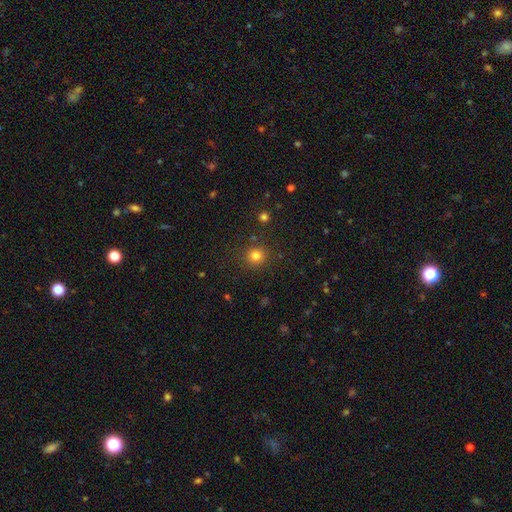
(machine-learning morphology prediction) Q: Smooth or featured?
A: smooth (80%); runner-up: star or artifact (15%)
Q: How rounded?
A: round (92%); runner-up: in between (7%)
Q: Merging?
A: none (87%); runner-up: minor disturbance (7%)